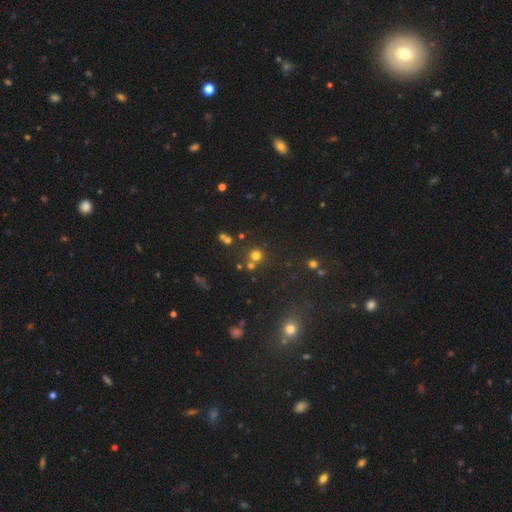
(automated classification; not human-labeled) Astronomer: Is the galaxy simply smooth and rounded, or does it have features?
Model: smooth — 67%.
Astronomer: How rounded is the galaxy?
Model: round — 91%.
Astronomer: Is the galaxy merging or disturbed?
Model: none — 69%.